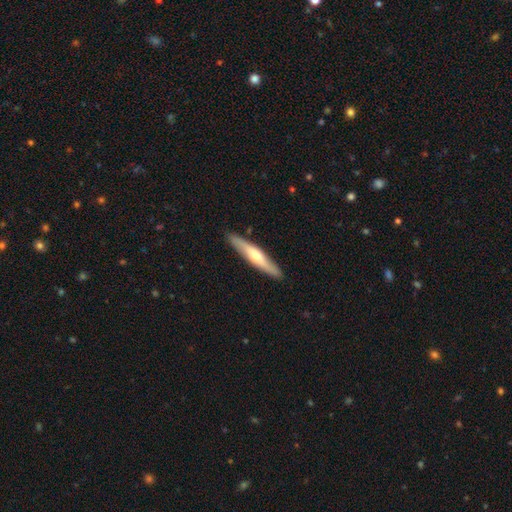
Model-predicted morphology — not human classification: Smooth or featured?
  - featured or disk: 54% *
  - smooth: 42%
  - star or artifact: 5%
Edge-on disk?
  - yes: 86% *
  - no: 14%
Merging?
  - none: 89% *
  - minor disturbance: 8%
  - major disturbance: 1%
  - merger: 1%